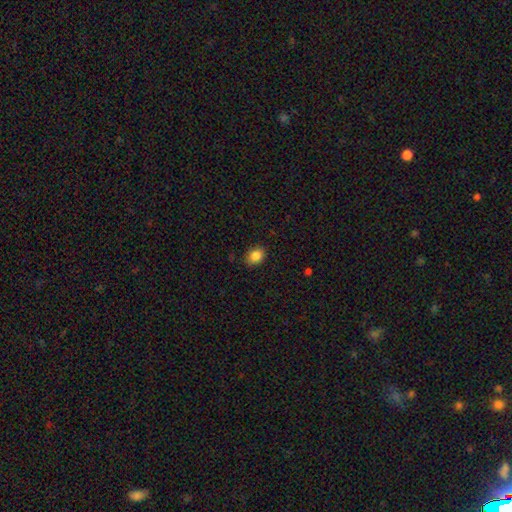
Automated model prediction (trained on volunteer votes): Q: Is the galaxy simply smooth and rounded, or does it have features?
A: smooth — 86%.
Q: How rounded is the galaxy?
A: in between — 58%.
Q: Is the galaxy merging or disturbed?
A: none — 85%.